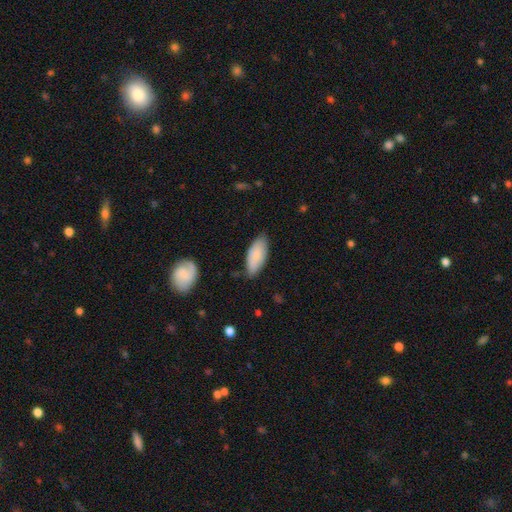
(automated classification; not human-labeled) A smooth galaxy with no disk features (79%) that is in between round and cigar-shaped (86%). Merging: none (71%).